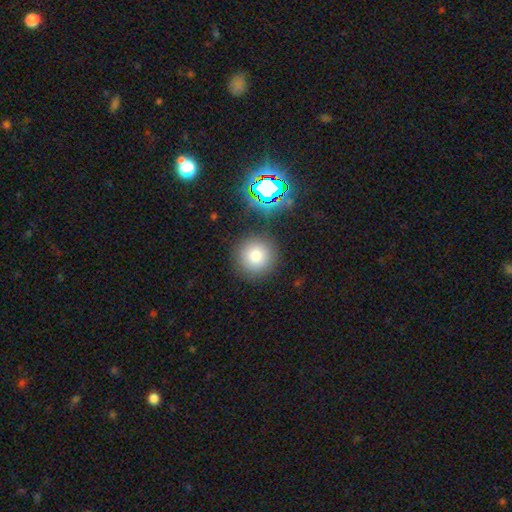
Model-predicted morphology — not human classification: Q: Smooth or featured?
A: smooth (77%); runner-up: star or artifact (15%)
Q: How rounded?
A: round (95%); runner-up: in between (4%)
Q: Merging?
A: none (87%); runner-up: minor disturbance (7%)